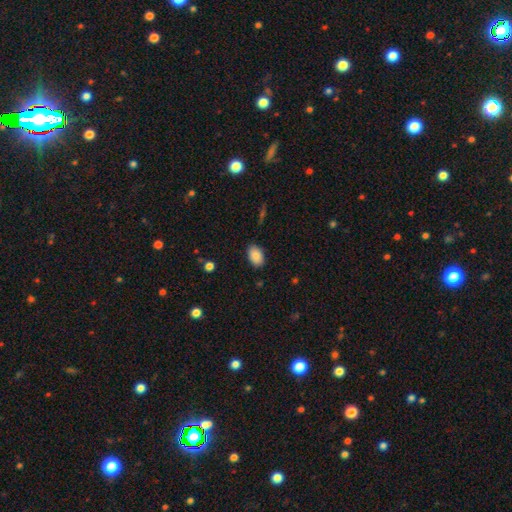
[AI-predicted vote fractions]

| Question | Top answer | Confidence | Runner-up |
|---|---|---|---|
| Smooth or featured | smooth | 88% | star or artifact (7%) |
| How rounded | in between | 90% | round (9%) |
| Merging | none | 86% | minor disturbance (10%) |